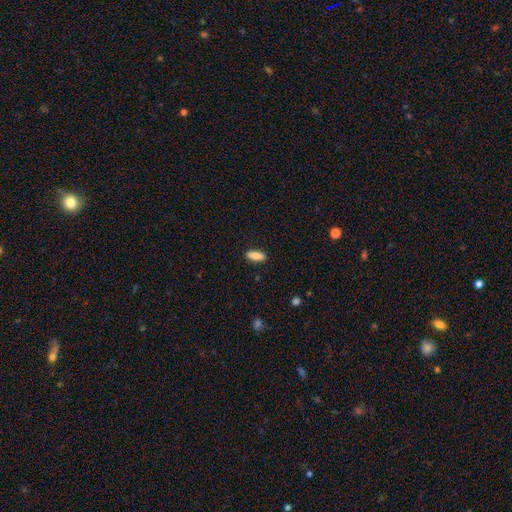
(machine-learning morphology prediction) The model was most divided on "how rounded": in between: 63%, cigar-shaped: 35%, round: 2%. More confident: merging — none (89%); smooth or featured — smooth (86%).